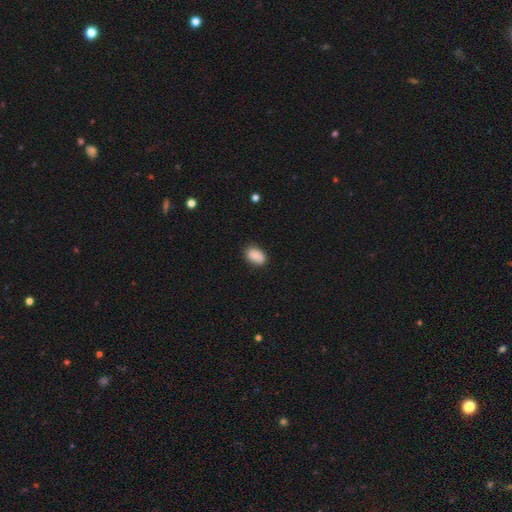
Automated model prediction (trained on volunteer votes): Morphology: type=smooth (87%); roundness=in between (87%); merging=none (81%).